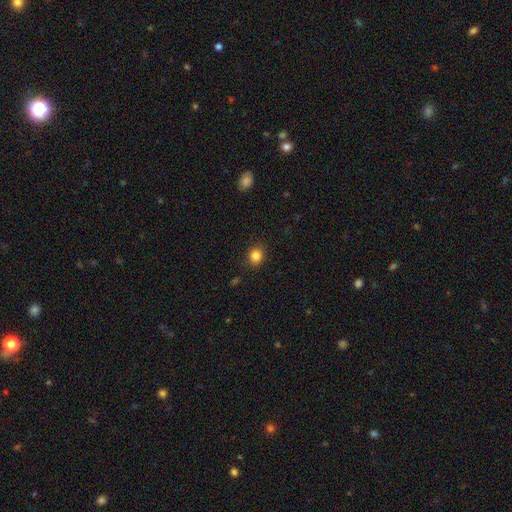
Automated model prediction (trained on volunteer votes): Smooth or featured? Predicted: smooth (p=0.84). How rounded? Predicted: round (p=0.80). Merging? Predicted: none (p=0.88).